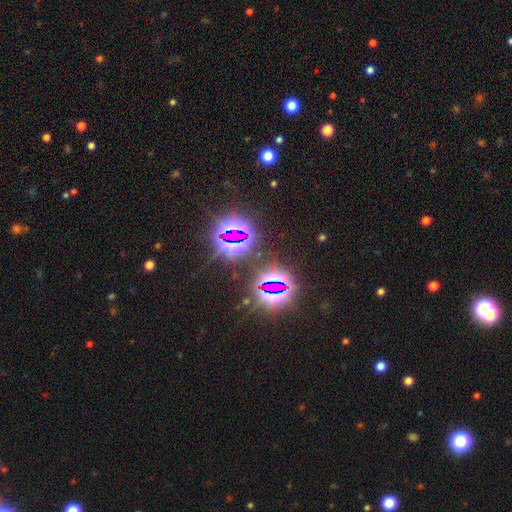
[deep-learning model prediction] smooth-or-featured: star or artifact: 81% | smooth: 11% | featured or disk: 8%